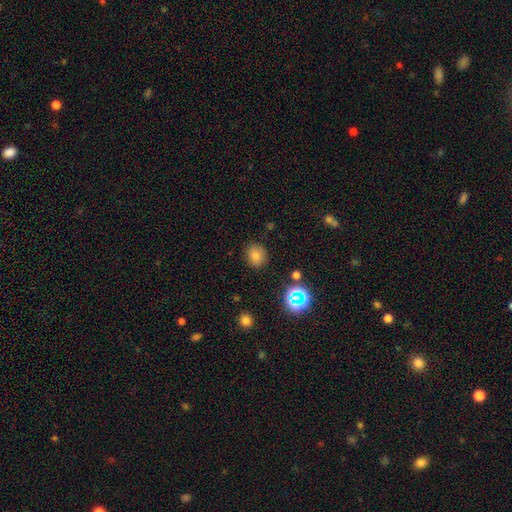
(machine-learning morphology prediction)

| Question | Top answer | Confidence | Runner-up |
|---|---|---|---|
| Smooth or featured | smooth | 76% | star or artifact (17%) |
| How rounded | round | 69% | in between (30%) |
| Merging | none | 85% | minor disturbance (10%) |